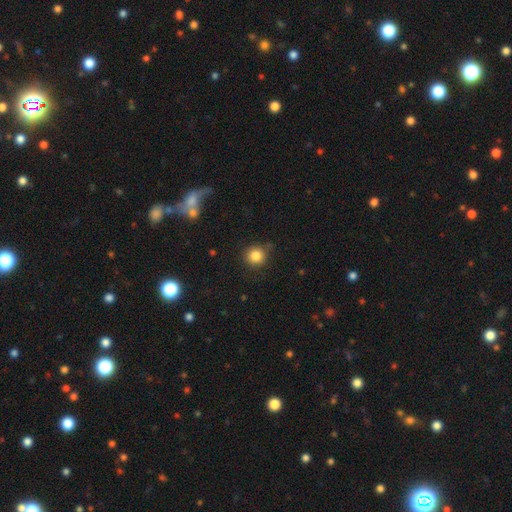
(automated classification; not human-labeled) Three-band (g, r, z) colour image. It shows a smooth galaxy with no disk features (84%) that is round (91%). Merging: none (77%).